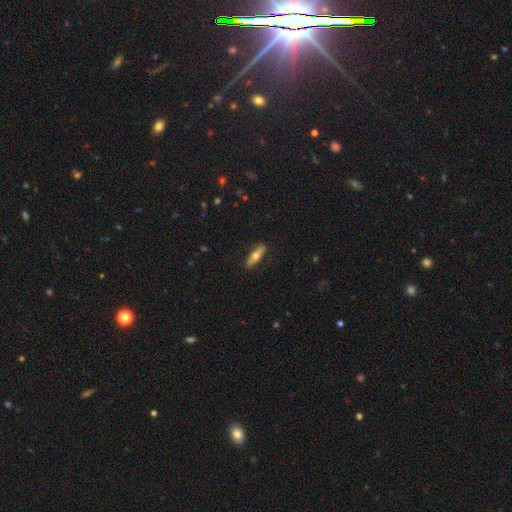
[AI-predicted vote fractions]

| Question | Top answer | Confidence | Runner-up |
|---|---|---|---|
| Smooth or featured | smooth | 52% | featured or disk (42%) |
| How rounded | cigar-shaped | 64% | in between (33%) |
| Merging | none | 87% | minor disturbance (10%) |